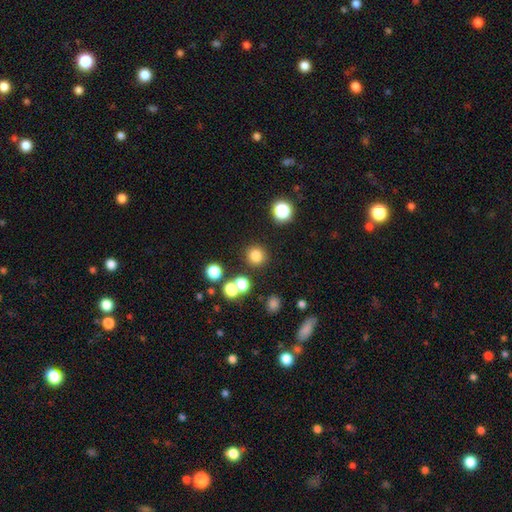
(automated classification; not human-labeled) The model was most divided on "smooth or featured": smooth: 79%, star or artifact: 15%, featured or disk: 6%. More confident: how rounded — round (93%); merging — none (85%).